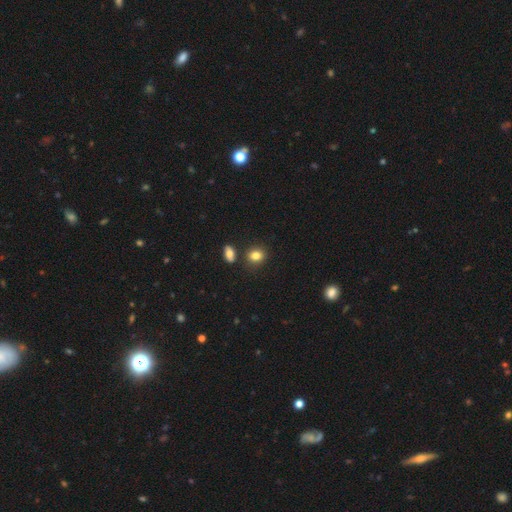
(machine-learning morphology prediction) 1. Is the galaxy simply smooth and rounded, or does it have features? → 82% smooth, 10% star or artifact, 7% featured or disk.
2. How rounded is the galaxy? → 53% round, 45% in between, 2% cigar-shaped.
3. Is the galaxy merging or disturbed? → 78% none, 10% minor disturbance, 9% merger, 3% major disturbance.